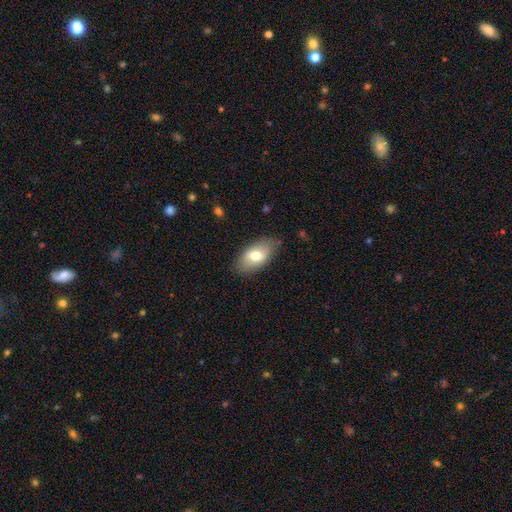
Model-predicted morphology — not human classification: Smooth or featured? Predicted: smooth (p=0.69). How rounded? Predicted: in between (p=0.93). Merging? Predicted: none (p=0.81).